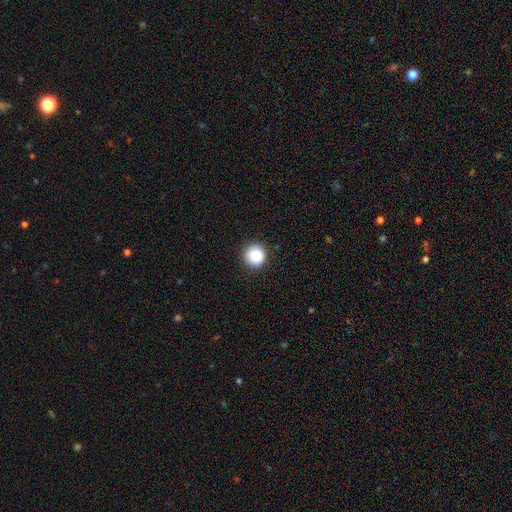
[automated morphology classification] smooth_or_featured: smooth (p=0.87) [alt: star or artifact p=0.09]
how_rounded: round (p=0.95) [alt: in between p=0.04]
merging: none (p=0.90) [alt: minor disturbance p=0.07]